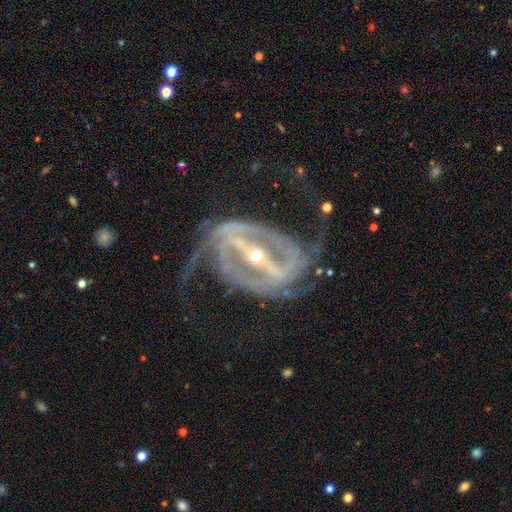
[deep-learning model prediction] Smooth or featured? Predicted: featured or disk (p=0.92). Edge-on disk? Predicted: no (p=0.94). Bar? Predicted: strong (p=0.85). Spiral arms? Predicted: yes (p=0.95). Spiral winding? Predicted: medium (p=0.44). Spiral arm count? Predicted: 2 (p=0.61). Bulge size? Predicted: small (p=0.60). Merging? Predicted: none (p=0.56).